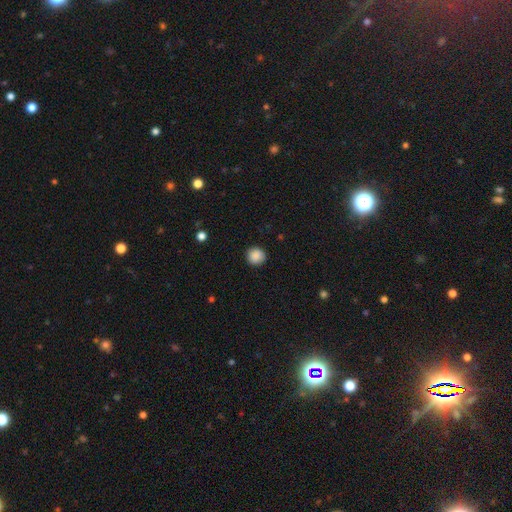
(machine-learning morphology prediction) Overall: smooth (88%). How rounded: round (94%). Merging: none (90%).